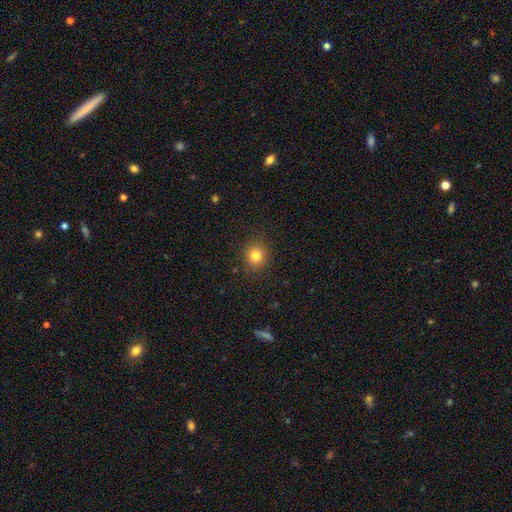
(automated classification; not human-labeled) Smooth or featured? smooth (81%)
How rounded? round (86%)
Merging? none (90%)